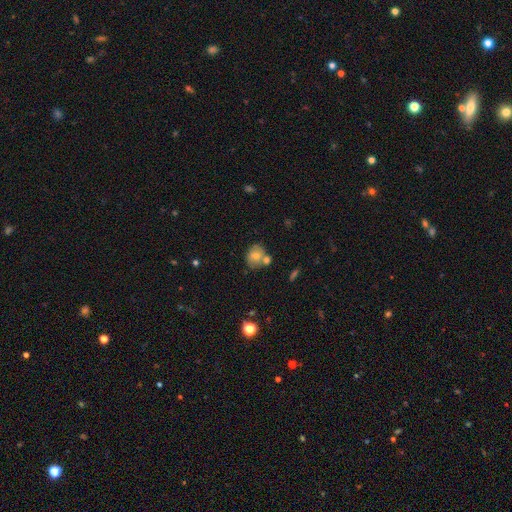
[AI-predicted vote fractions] Smooth or featured: smooth — 65% (featured or disk — 25%)
How rounded: round — 67% (in between — 32%)
Merging: none — 57% (merger — 24%)